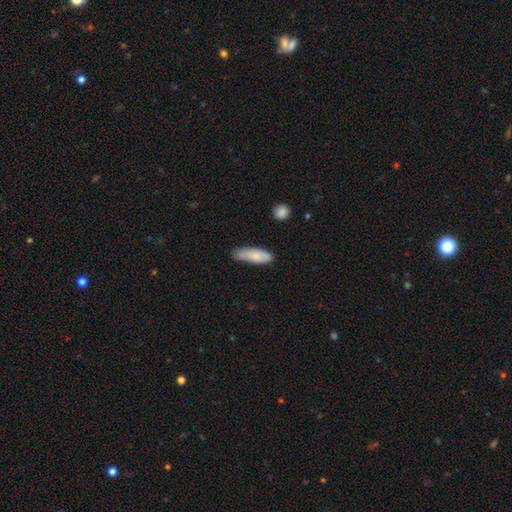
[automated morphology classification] This is clearly a smooth galaxy (83%). How rounded: possibly in between (55%). Merging: possibly none (60%).